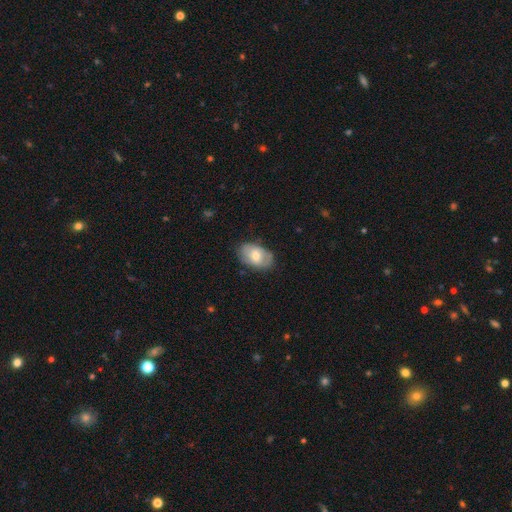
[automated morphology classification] smooth 55%, featured or disk 38%, star or artifact 7%. Down the decision tree: how rounded — in between (87%); merging — none (75%).